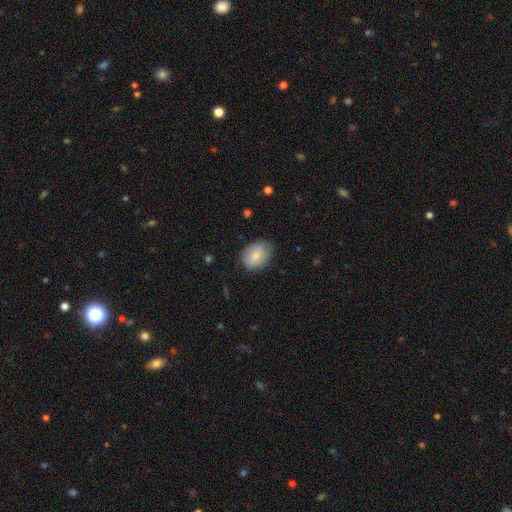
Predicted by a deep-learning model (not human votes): A smooth galaxy with no disk features (80%) that is in between round and cigar-shaped (70%).

Vote fractions:
- Smooth or featured? smooth: 80% / featured or disk: 13% / star or artifact: 7%
- How rounded? in between: 70% / round: 29% / cigar-shaped: 1%
- Merging? none: 75% / minor disturbance: 20% / major disturbance: 4% / merger: 1%